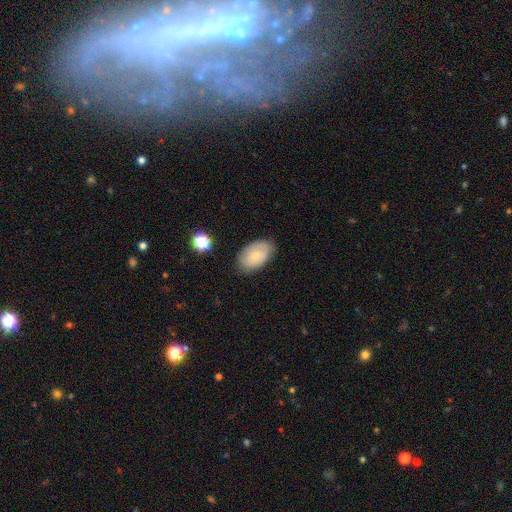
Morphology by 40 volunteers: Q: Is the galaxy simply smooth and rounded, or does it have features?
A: smooth — 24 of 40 (60%).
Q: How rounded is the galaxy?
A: in between — 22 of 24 (92%).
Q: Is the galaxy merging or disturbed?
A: none — 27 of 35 (77%).